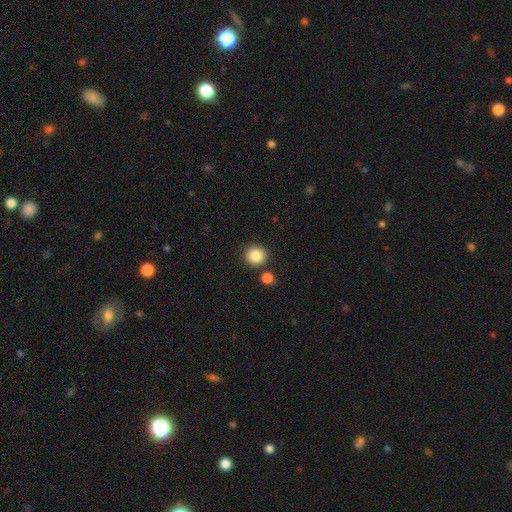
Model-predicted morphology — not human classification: type=smooth (87%); roundness=round (89%); merging=none (81%).